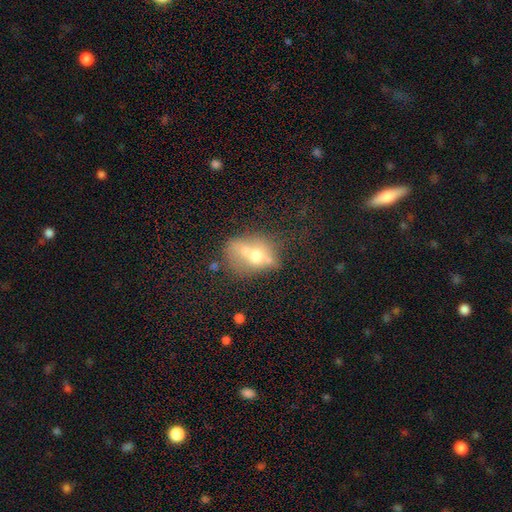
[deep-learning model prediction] The model was most divided on "how rounded": in between: 50%, round: 48%, cigar-shaped: 2%. More confident: merging — merger (57%); smooth or featured — smooth (54%).